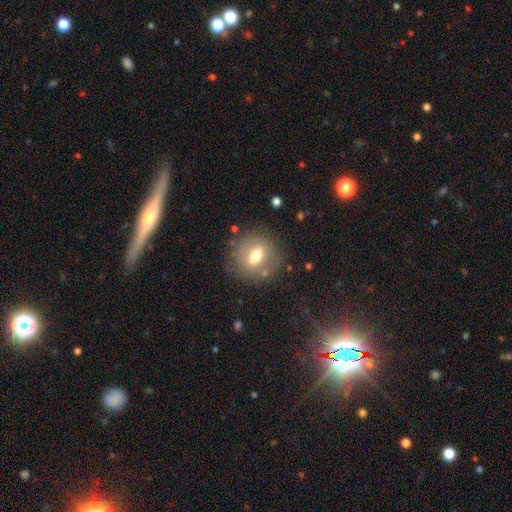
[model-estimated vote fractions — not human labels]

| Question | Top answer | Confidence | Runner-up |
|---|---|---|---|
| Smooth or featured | smooth | 57% | featured or disk (34%) |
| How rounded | round | 74% | in between (24%) |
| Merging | none | 78% | minor disturbance (13%) |